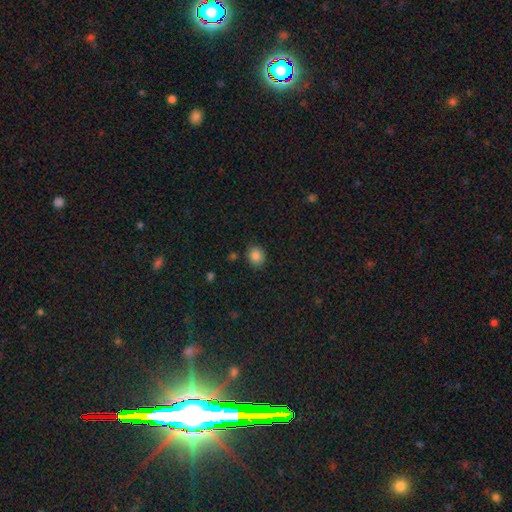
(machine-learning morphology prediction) Smooth or featured? smooth (85%)
How rounded? round (66%)
Merging? none (85%)